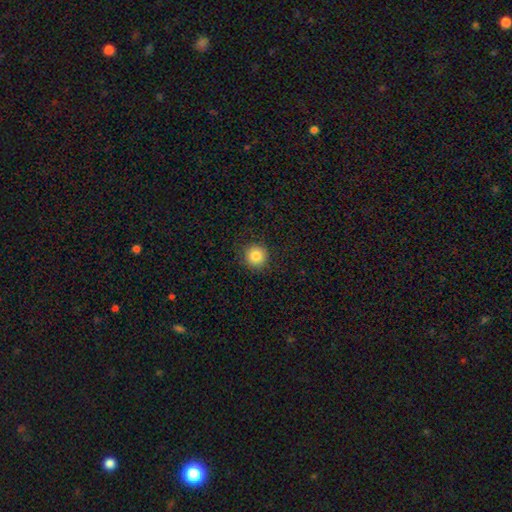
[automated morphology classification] Smooth or featured?
  - smooth: 85% *
  - star or artifact: 10%
  - featured or disk: 5%
How rounded?
  - round: 94% *
  - in between: 5%
  - cigar-shaped: 1%
Merging?
  - none: 89% *
  - minor disturbance: 8%
  - major disturbance: 2%
  - merger: 1%